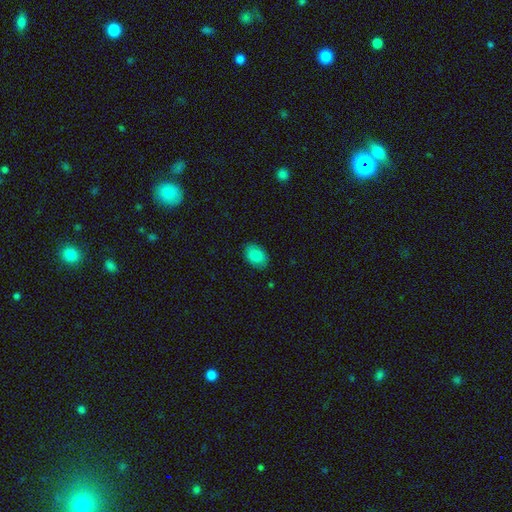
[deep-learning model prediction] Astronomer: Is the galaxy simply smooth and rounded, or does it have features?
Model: smooth — 86%.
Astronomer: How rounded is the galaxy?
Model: in between — 84%.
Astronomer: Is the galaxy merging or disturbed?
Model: none — 86%.